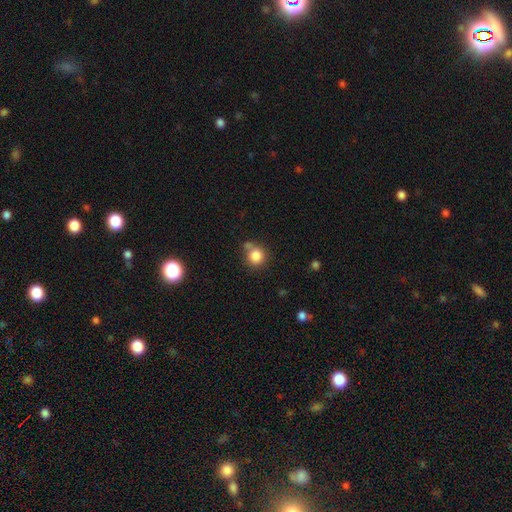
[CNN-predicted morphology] Smooth or featured? smooth (83%)
How rounded? round (88%)
Merging? none (61%)